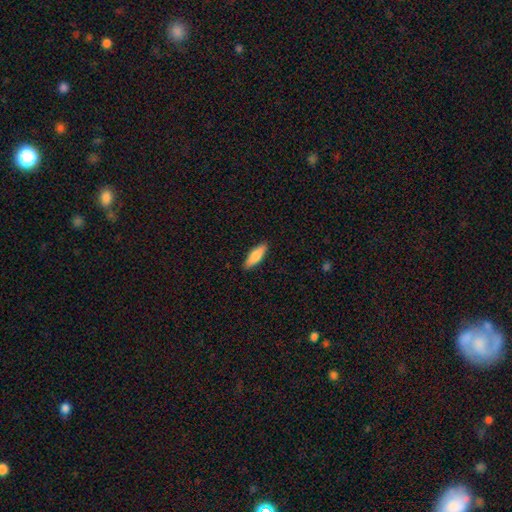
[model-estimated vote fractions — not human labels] Smooth or featured: smooth — 80% (featured or disk — 15%)
How rounded: cigar-shaped — 50% (in between — 48%)
Merging: none — 89% (minor disturbance — 8%)